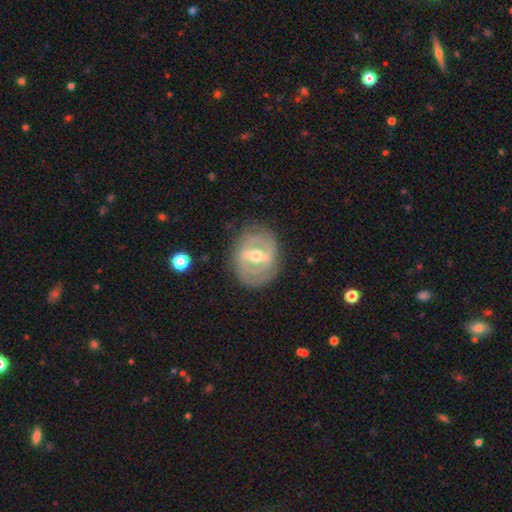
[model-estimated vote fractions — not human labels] This appears to be a featured or disk galaxy (81%) with a strong bar (58%), 2 (63%) tight (55%) spiral arms (70%) and a moderate central bulge (74%). Merging: none (78%).